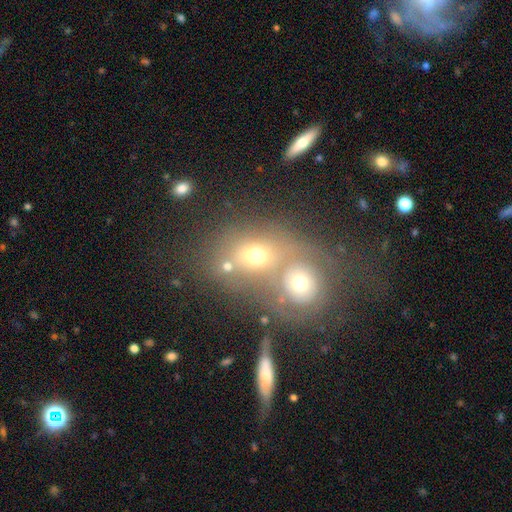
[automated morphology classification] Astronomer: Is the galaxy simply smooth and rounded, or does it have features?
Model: smooth — 57%.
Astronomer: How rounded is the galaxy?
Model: round — 58% (runner-up: in between, 40%).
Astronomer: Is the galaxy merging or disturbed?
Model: merger — 56%.